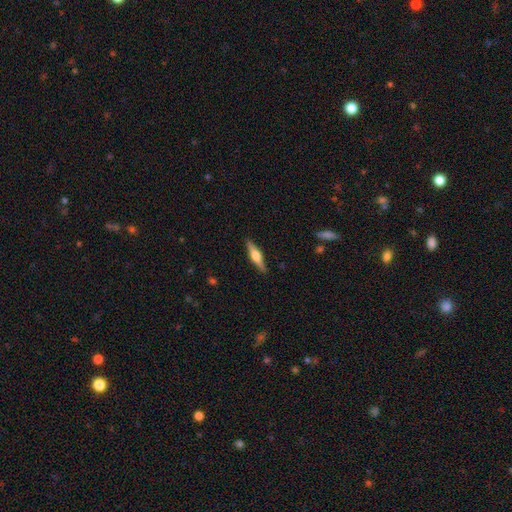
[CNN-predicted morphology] Smooth or featured?
  - featured or disk: 66% *
  - smooth: 28%
  - star or artifact: 6%
Edge-on disk?
  - yes: 97% *
  - no: 3%
Edge-on bulge?
  - rounded: 90% *
  - boxy: 7%
  - none: 2%
Merging?
  - none: 90% *
  - minor disturbance: 7%
  - major disturbance: 2%
  - merger: 1%